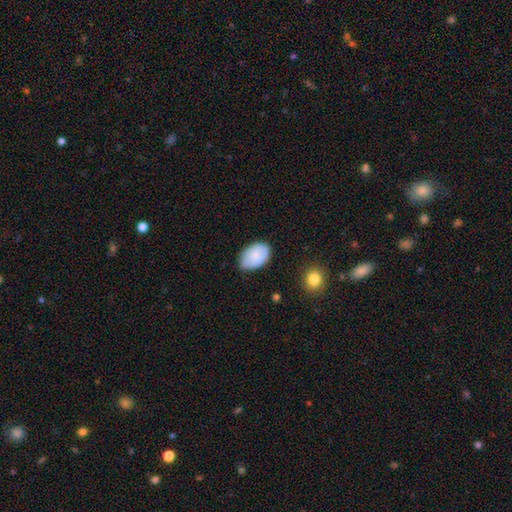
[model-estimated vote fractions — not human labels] A smooth galaxy with no disk features (78%) that is in between round and cigar-shaped (90%).

Vote fractions:
- Smooth or featured? smooth: 78% / featured or disk: 16% / star or artifact: 7%
- How rounded? in between: 90% / round: 9% / cigar-shaped: 1%
- Merging? none: 65% / minor disturbance: 29% / major disturbance: 4% / merger: 2%